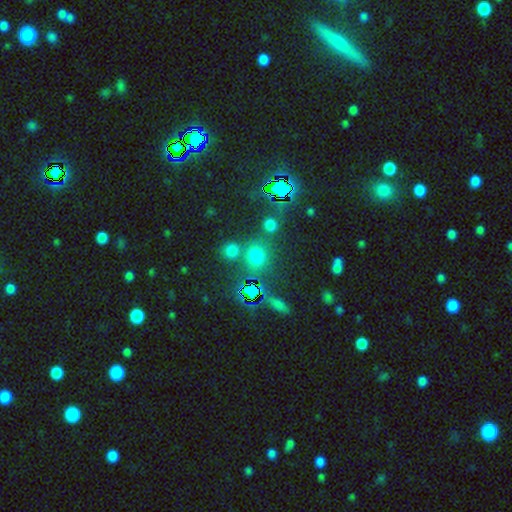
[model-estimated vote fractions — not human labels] This appears to be a smooth galaxy with no disk features (61%) that is round (80%). Merging: none (69%).